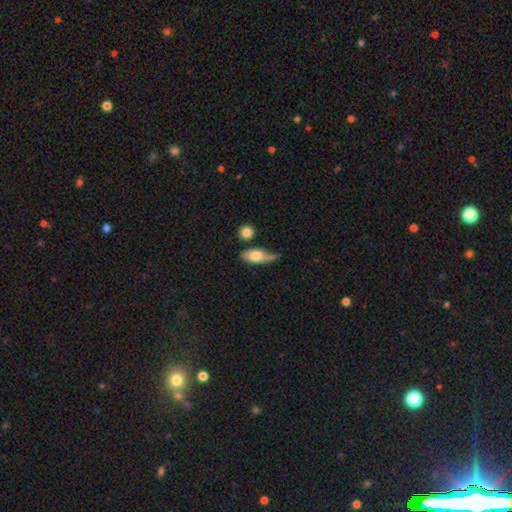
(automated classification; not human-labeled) Smooth or featured? Predicted: smooth (p=0.69). How rounded? Predicted: in between (p=0.75). Merging? Predicted: none (p=0.36).